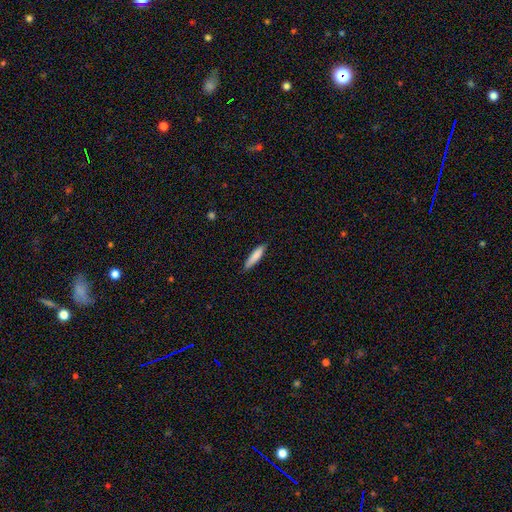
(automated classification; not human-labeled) Smooth or featured? smooth (81%)
How rounded? cigar-shaped (84%)
Merging? none (85%)